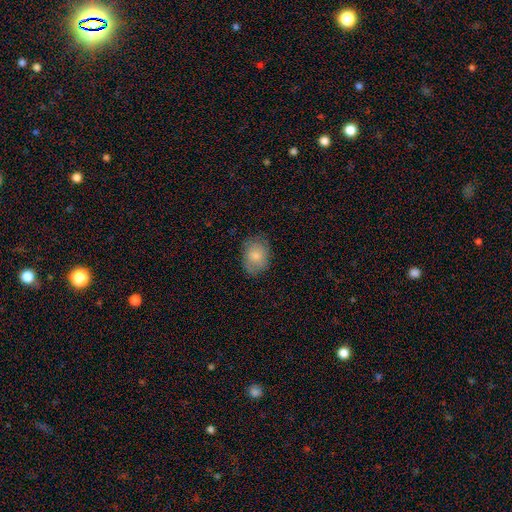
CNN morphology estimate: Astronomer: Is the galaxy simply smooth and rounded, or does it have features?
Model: smooth — 77%.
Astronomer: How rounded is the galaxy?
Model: in between — 67%.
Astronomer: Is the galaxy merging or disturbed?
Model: none — 76%.